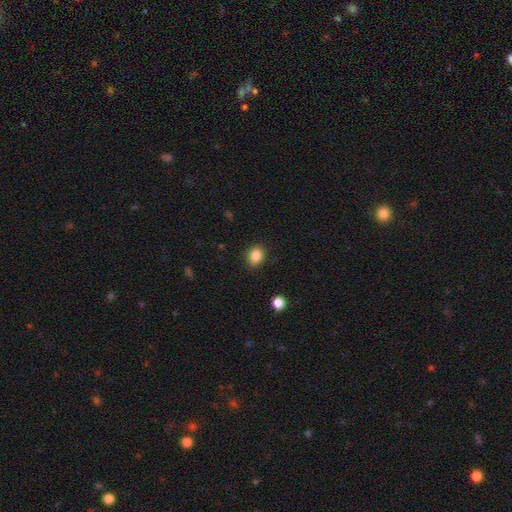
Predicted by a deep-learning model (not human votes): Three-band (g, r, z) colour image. It shows a smooth galaxy with no disk features (86%) that is in between round and cigar-shaped (55%). Merging: none (89%).